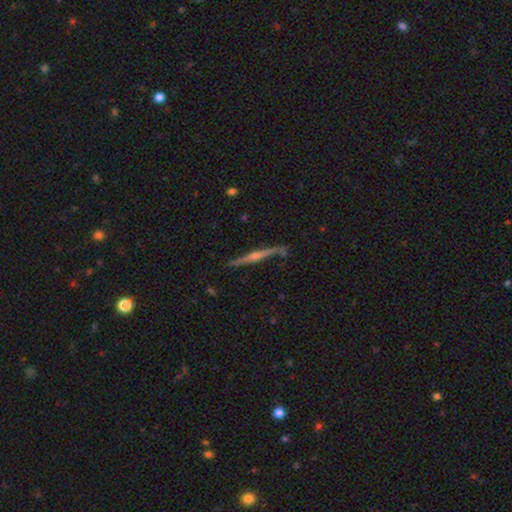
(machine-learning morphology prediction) Smooth or featured?
  - featured or disk: 80% *
  - smooth: 14%
  - star or artifact: 6%
Edge-on disk?
  - yes: 96% *
  - no: 4%
Edge-on bulge?
  - rounded: 81% *
  - none: 12%
  - boxy: 6%
Merging?
  - none: 79% *
  - minor disturbance: 15%
  - major disturbance: 3%
  - merger: 3%